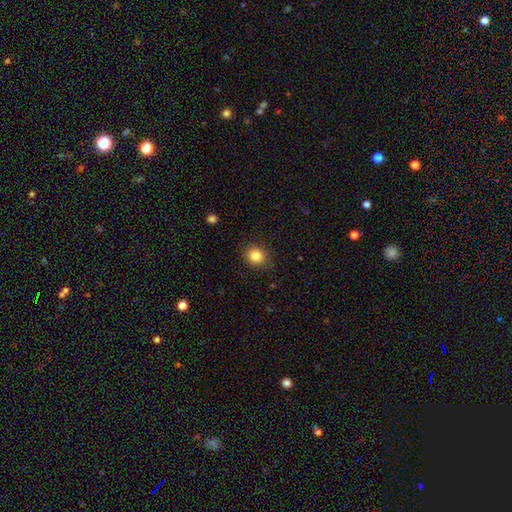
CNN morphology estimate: Smooth or featured? smooth (84%)
How rounded? round (79%)
Merging? none (86%)